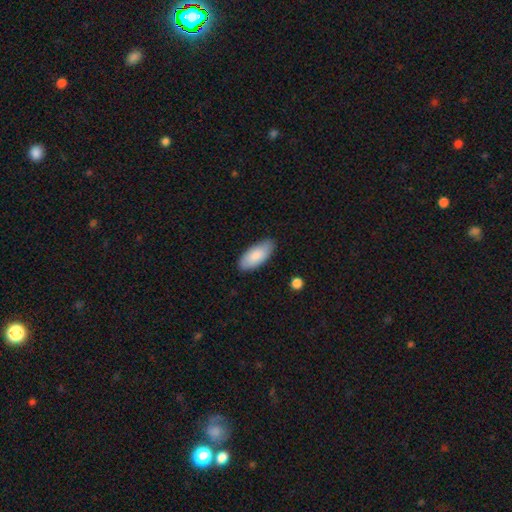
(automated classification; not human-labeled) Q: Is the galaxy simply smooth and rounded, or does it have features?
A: smooth — 86%.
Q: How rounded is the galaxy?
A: in between — 89%.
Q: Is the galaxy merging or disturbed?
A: none — 84%.